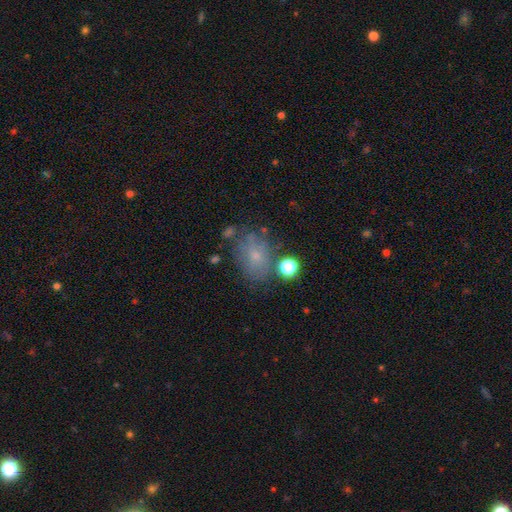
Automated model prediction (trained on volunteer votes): This appears to be a smooth galaxy with no disk features (61%) that is in between round and cigar-shaped (59%). Merging: none (61%).